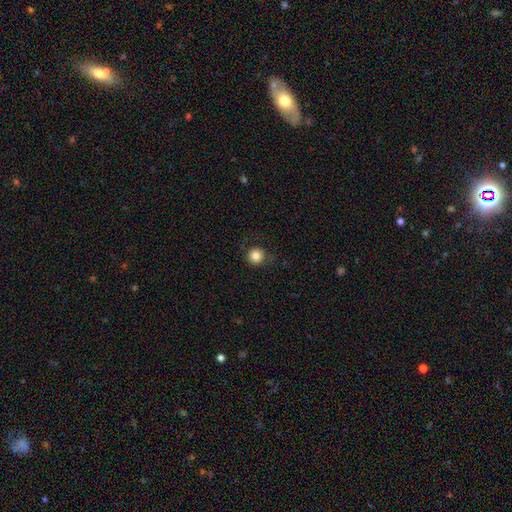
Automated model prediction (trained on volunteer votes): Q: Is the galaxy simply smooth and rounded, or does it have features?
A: smooth — 85%.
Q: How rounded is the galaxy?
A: round — 94%.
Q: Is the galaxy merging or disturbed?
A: none — 84%.